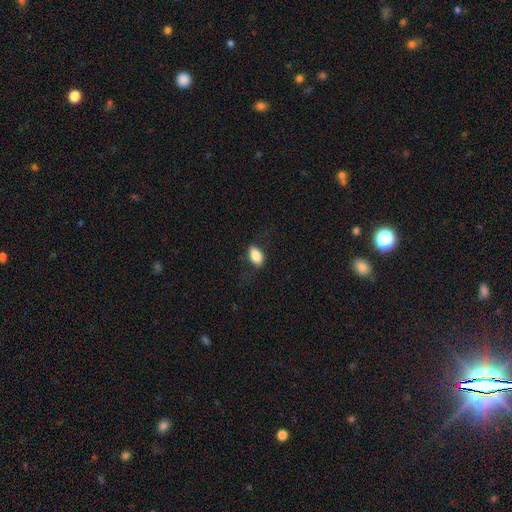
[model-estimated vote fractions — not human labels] This appears to be a smooth galaxy with no disk features (83%) that is in between round and cigar-shaped (90%). Merging: none (76%).